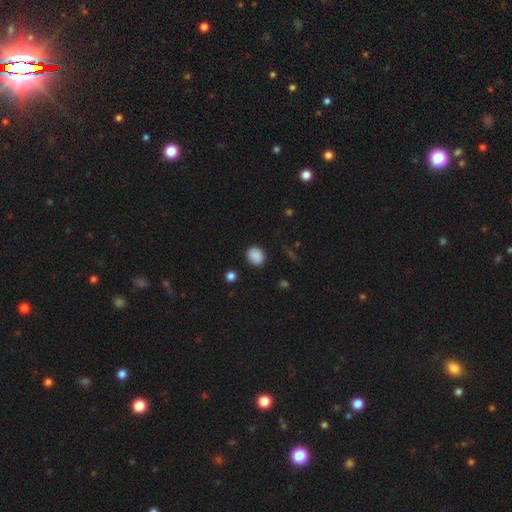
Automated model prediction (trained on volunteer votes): The model was most divided on "how rounded": round: 59%, in between: 40%, cigar-shaped: 1%. More confident: smooth or featured — smooth (88%); merging — none (87%).